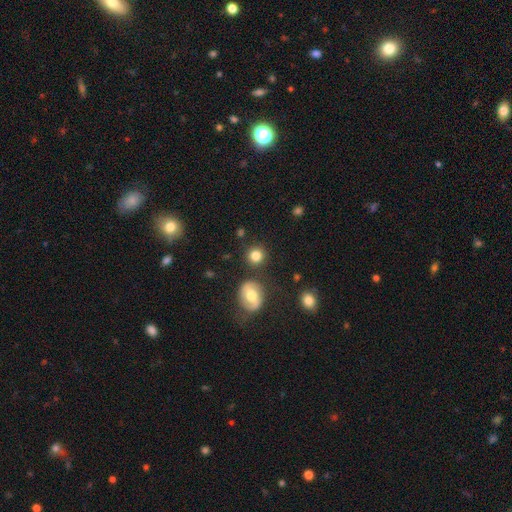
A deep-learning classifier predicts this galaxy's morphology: The model was most divided on "smooth or featured": smooth: 82%, star or artifact: 10%, featured or disk: 9%. More confident: how rounded — round (90%); merging — none (83%).